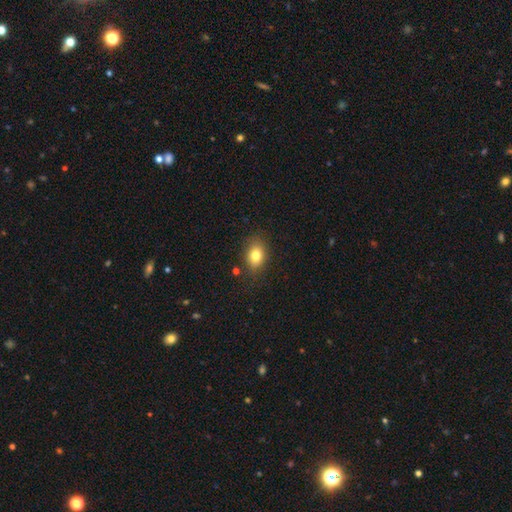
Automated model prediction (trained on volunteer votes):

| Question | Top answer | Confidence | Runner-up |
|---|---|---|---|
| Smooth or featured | smooth | 79% | star or artifact (11%) |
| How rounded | in between | 71% | round (27%) |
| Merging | none | 80% | minor disturbance (15%) |